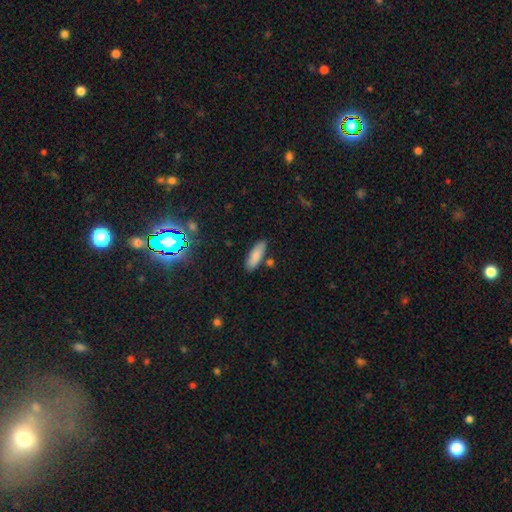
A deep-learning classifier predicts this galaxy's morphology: This appears to be a smooth galaxy with no disk features (84%) that is in between round and cigar-shaped (63%). Merging: none (80%).